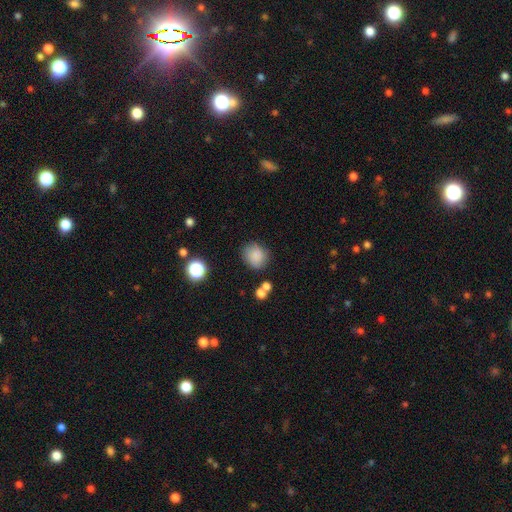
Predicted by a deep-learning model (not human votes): This appears to be a smooth galaxy with no disk features (84%) that is round (75%). Merging: none (77%).